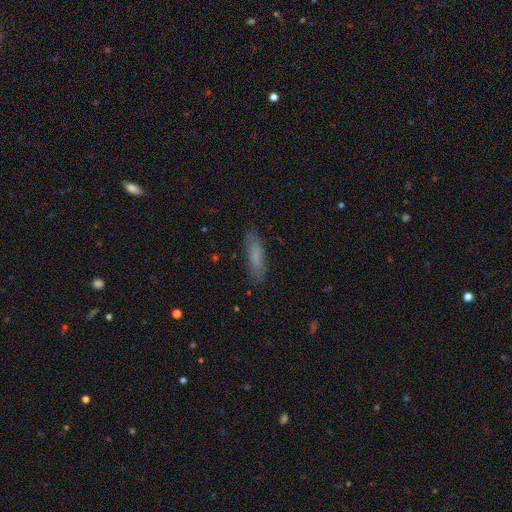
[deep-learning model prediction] A smooth galaxy with no disk features (74%) that is cigar-shaped (69%).

Vote fractions:
- Smooth or featured? smooth: 74% / featured or disk: 18% / star or artifact: 8%
- How rounded? cigar-shaped: 69% / in between: 30% / round: 2%
- Merging? none: 83% / minor disturbance: 13% / major disturbance: 3% / merger: 1%